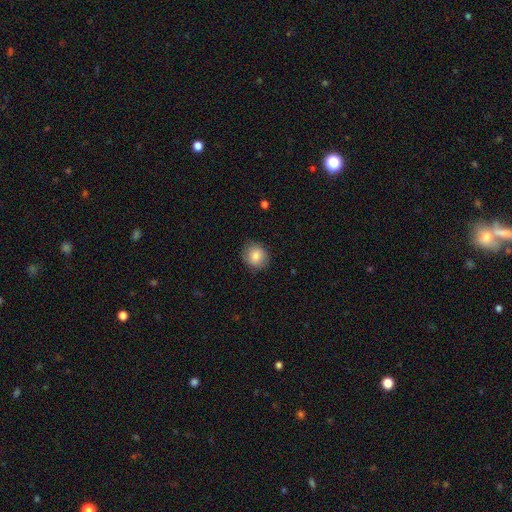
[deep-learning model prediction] This is clearly a smooth galaxy (81%). How rounded: clearly round (84%). Merging: clearly none (86%).